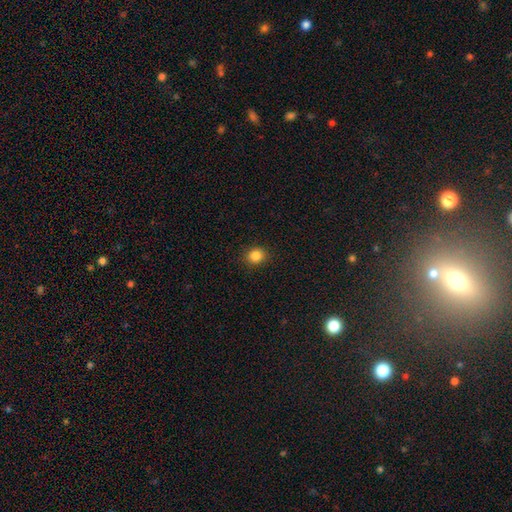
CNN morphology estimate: Overall: smooth (85%). How rounded: round (78%). Merging: none (90%).